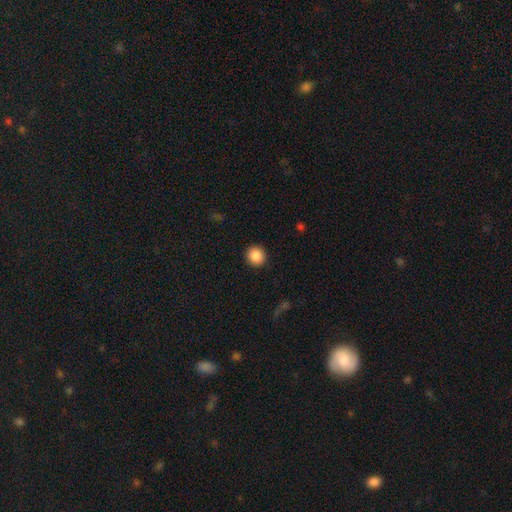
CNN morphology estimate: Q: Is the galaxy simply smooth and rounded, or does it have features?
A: smooth — 88%.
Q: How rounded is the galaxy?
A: round — 89%.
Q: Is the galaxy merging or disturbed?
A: none — 91%.